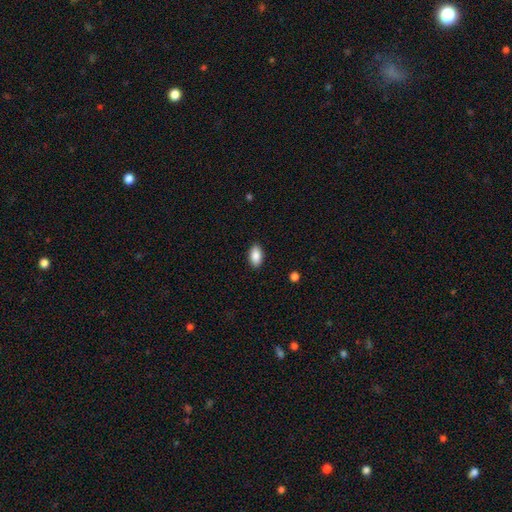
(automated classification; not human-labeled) This appears to be a smooth galaxy with no disk features (88%) that is in between round and cigar-shaped (94%). Merging: none (90%).